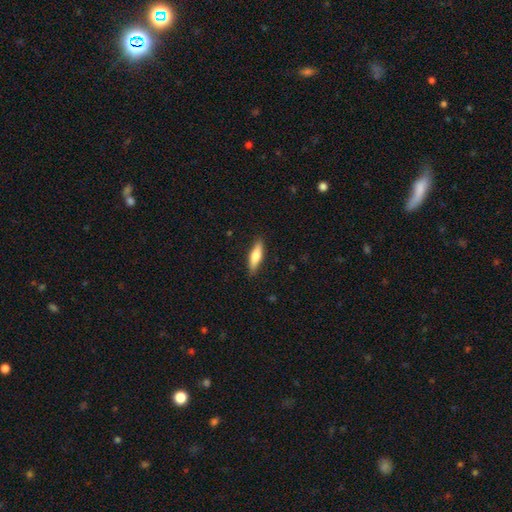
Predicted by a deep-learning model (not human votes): smooth_or_featured: smooth (p=0.70) [alt: featured or disk p=0.24]
how_rounded: cigar-shaped (p=0.60) [alt: in between p=0.38]
merging: none (p=0.87) [alt: minor disturbance p=0.10]